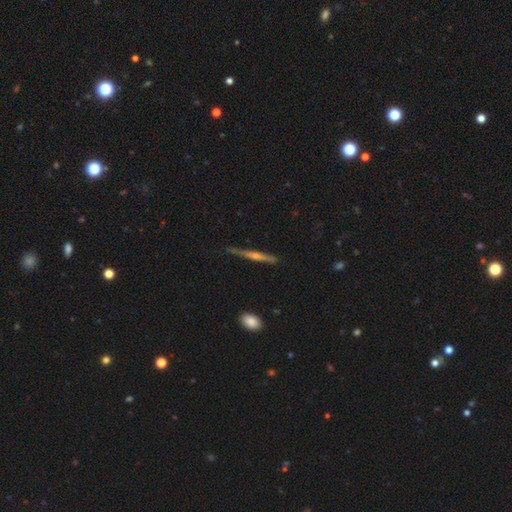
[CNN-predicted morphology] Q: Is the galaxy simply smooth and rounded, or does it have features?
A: featured or disk — 68%.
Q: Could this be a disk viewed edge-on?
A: yes — 95%.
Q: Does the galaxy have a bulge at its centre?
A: rounded — 71%.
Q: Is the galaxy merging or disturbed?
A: none — 86%.